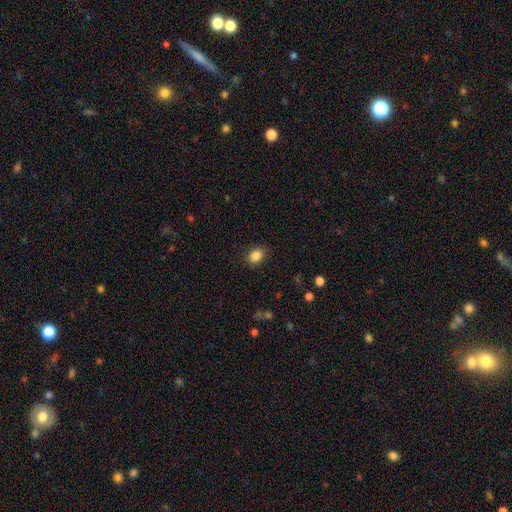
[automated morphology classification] A smooth galaxy with no disk features (86%) that is in between round and cigar-shaped (59%). Merging: none (87%).